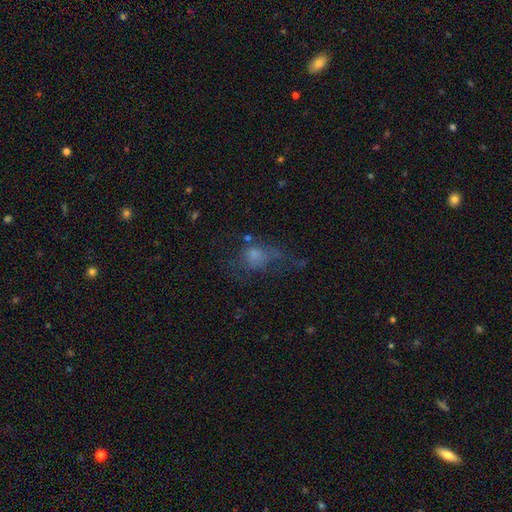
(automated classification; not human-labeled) The model was most divided on "merging": major disturbance: 39%, none: 36%, minor disturbance: 20%, merger: 5%. More confident: how rounded — round (55%); smooth or featured — smooth (53%).